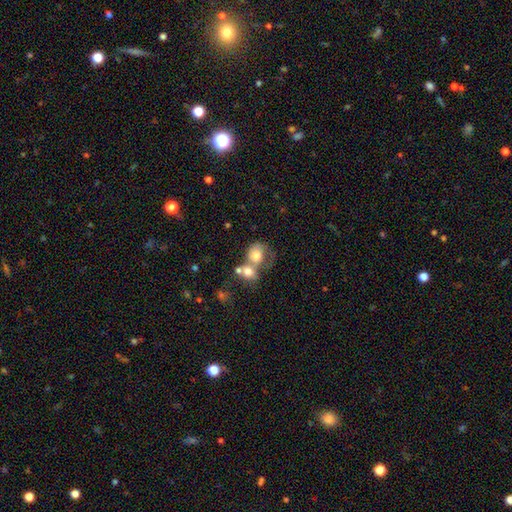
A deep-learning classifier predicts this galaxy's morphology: Overall: smooth (65%). How rounded: round (55%; in between 44%). Merging: merger (65%).